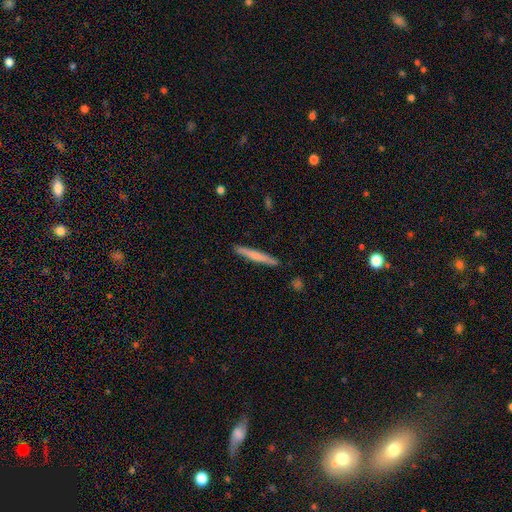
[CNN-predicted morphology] This appears to be a smooth galaxy with no disk features (63%) that is cigar-shaped (96%). Merging: none (90%).